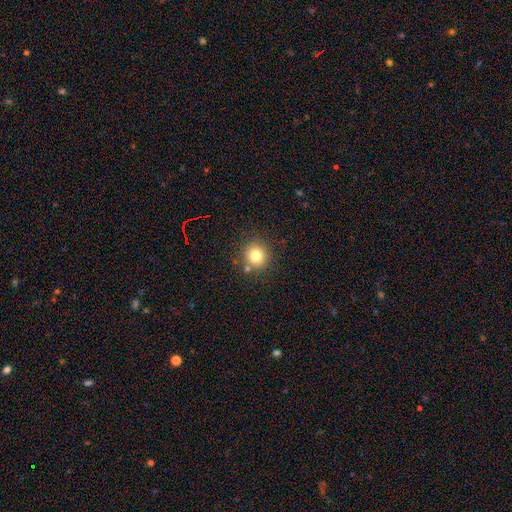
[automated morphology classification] type=smooth (78%); roundness=round (92%); merging=none (82%).